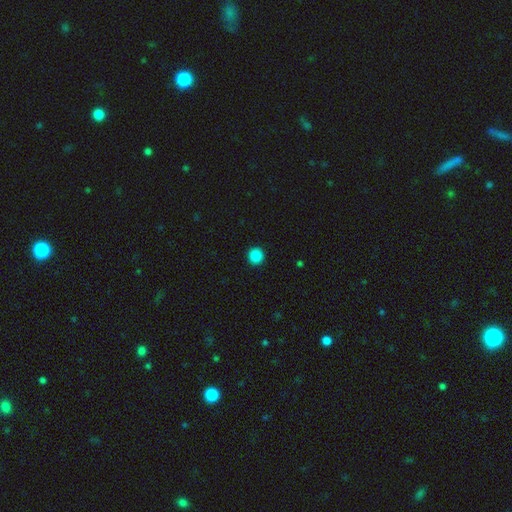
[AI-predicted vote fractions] Smooth or featured? Predicted: smooth (p=0.88). How rounded? Predicted: round (p=0.95). Merging? Predicted: none (p=0.93).